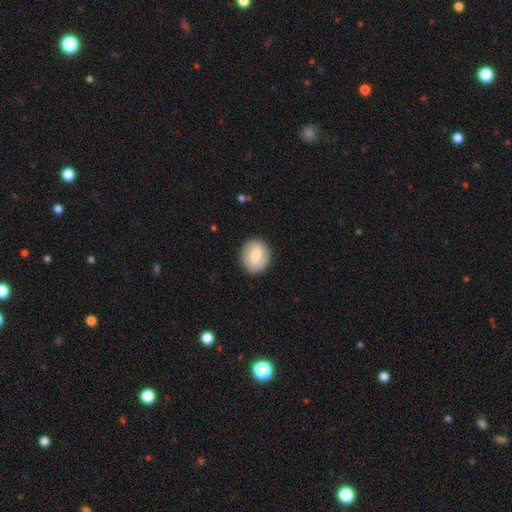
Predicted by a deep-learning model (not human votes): This is likely a smooth galaxy (68%). How rounded: likely round (70%). Merging: clearly none (87%).